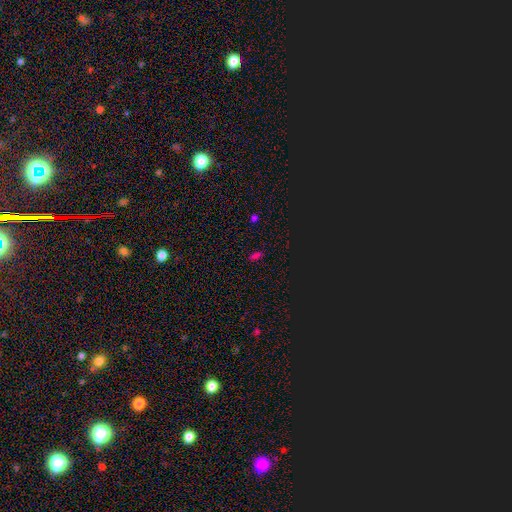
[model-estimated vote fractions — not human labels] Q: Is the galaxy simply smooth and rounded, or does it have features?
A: smooth — 52%.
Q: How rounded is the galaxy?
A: in between — 63%.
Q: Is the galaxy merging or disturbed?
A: none — 83%.